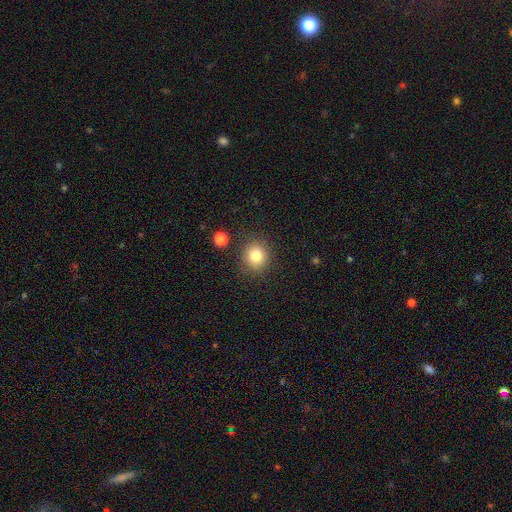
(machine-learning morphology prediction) This appears to be a smooth galaxy with no disk features (82%) that is round (83%). Merging: none (86%).